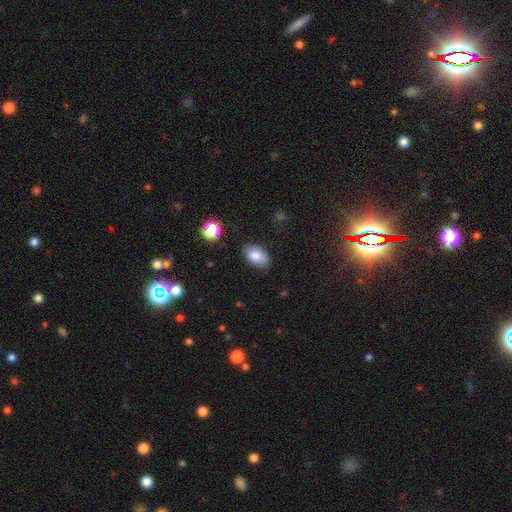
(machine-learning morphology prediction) The model was most divided on "merging": none: 82%, minor disturbance: 13%, major disturbance: 3%, merger: 2%. More confident: how rounded — in between (90%); smooth or featured — smooth (83%).